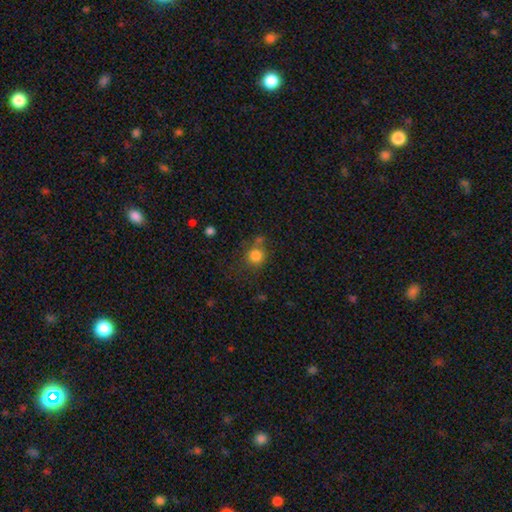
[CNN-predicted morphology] Smooth or featured? Predicted: smooth (p=0.81). How rounded? Predicted: round (p=0.87). Merging? Predicted: none (p=0.65).